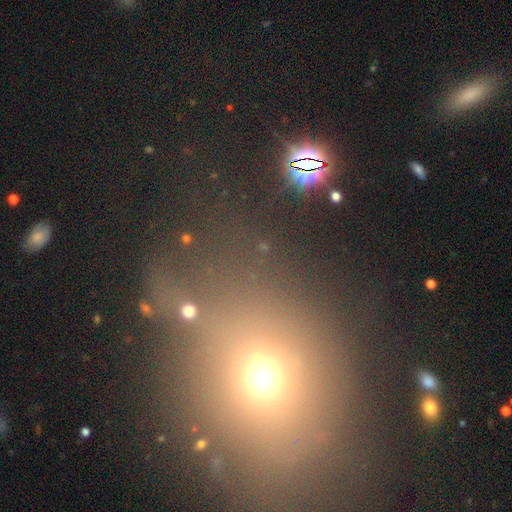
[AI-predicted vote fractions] Morphology: type=smooth (52%); roundness=round (62%); merging=none (67%).